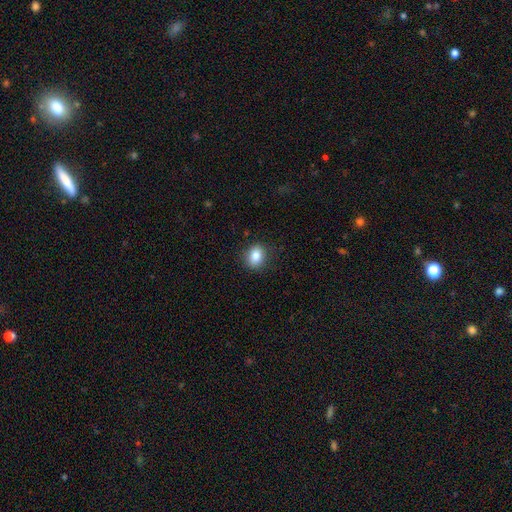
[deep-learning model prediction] The model was most divided on "how rounded": in between: 50%, round: 49%, cigar-shaped: 1%. More confident: merging — none (85%); smooth or featured — smooth (84%).